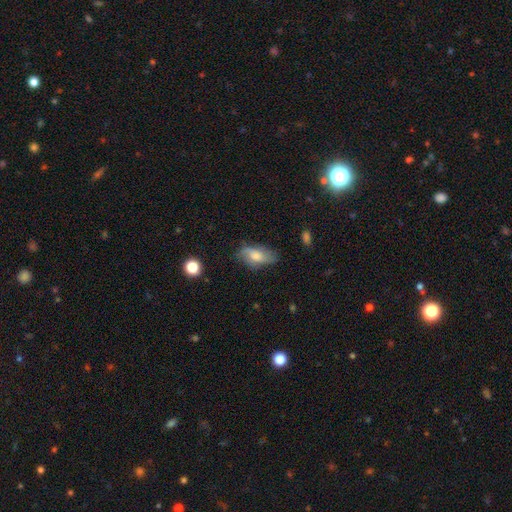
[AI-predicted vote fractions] A smooth galaxy with no disk features (58%) that is in between round and cigar-shaped (86%).

Vote fractions:
- Smooth or featured? smooth: 58% / featured or disk: 33% / star or artifact: 9%
- How rounded? in between: 86% / cigar-shaped: 9% / round: 5%
- Merging? none: 67% / minor disturbance: 24% / major disturbance: 7% / merger: 2%